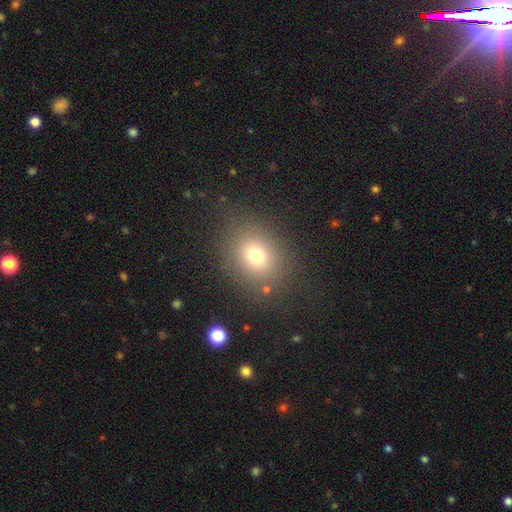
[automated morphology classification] This is likely a smooth galaxy (73%). How rounded: possibly round (58%). Merging: clearly none (81%).